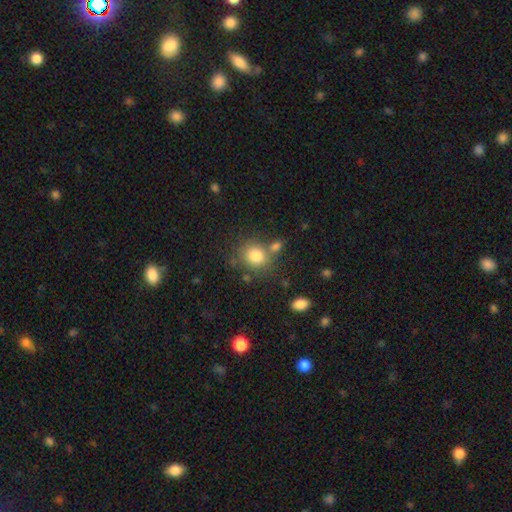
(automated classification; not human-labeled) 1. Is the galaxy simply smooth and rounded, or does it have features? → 81% smooth, 10% star or artifact, 8% featured or disk.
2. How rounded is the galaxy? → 79% round, 20% in between, 1% cigar-shaped.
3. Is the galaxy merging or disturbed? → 65% none, 18% merger, 12% minor disturbance, 5% major disturbance.